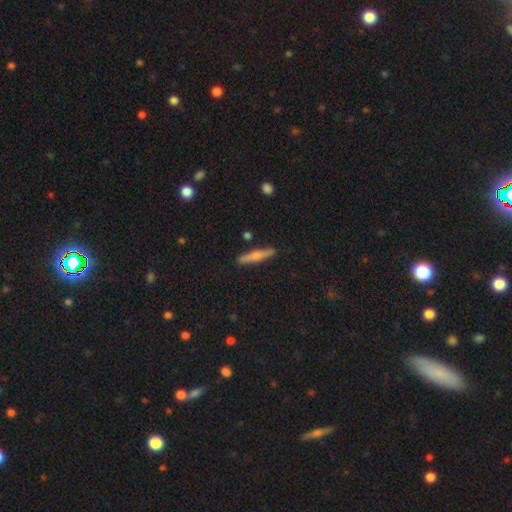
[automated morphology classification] Q: Smooth or featured?
A: smooth (56%); runner-up: featured or disk (38%)
Q: How rounded?
A: cigar-shaped (89%); runner-up: in between (9%)
Q: Merging?
A: none (88%); runner-up: minor disturbance (9%)